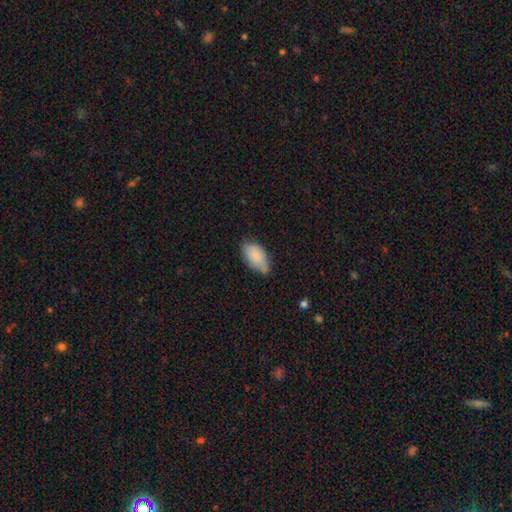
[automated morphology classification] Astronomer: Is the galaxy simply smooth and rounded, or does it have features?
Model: smooth — 83%.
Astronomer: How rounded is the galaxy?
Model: in between — 94%.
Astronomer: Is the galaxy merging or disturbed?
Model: none — 52% (runner-up: minor disturbance, 36%).